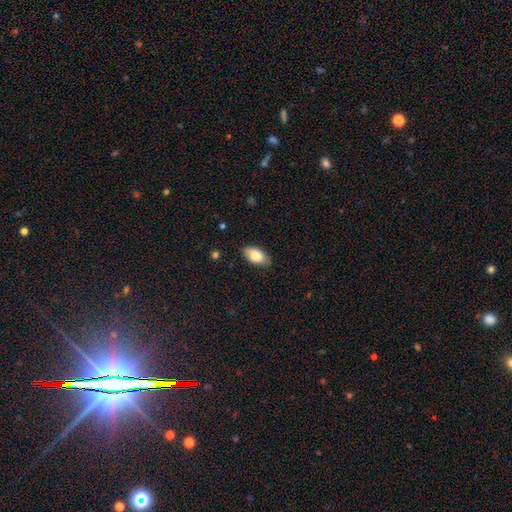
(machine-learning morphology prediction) Smooth or featured: smooth — 83% (featured or disk — 11%)
How rounded: in between — 93% (round — 4%)
Merging: none — 83% (minor disturbance — 14%)